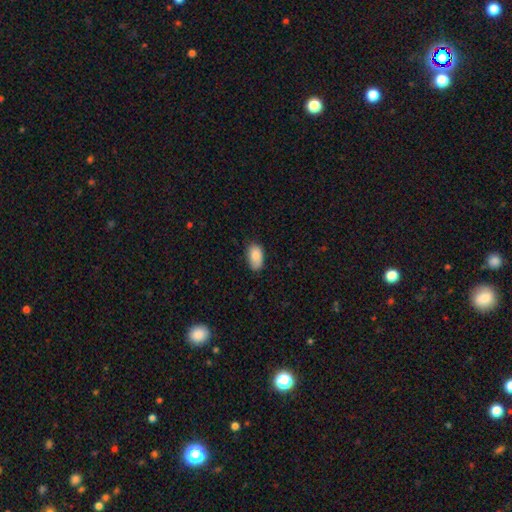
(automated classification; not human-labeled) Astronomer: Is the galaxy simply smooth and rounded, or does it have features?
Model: smooth — 86%.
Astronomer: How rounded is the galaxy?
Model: in between — 94%.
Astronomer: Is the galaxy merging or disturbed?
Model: none — 73%.